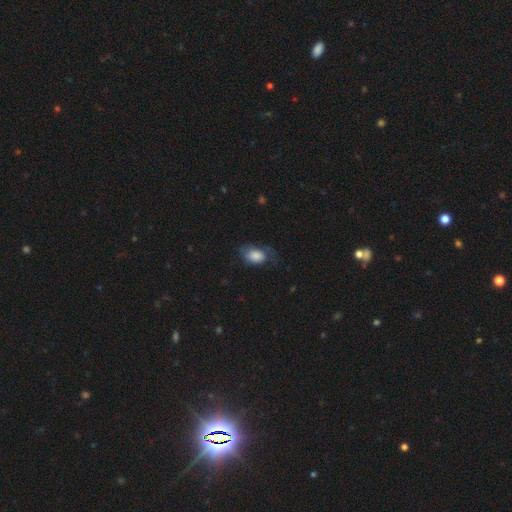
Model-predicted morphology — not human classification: The model was most divided on "merging": none: 46%, minor disturbance: 30%, major disturbance: 22%, merger: 2%. More confident: how rounded — in between (83%); smooth or featured — smooth (78%).